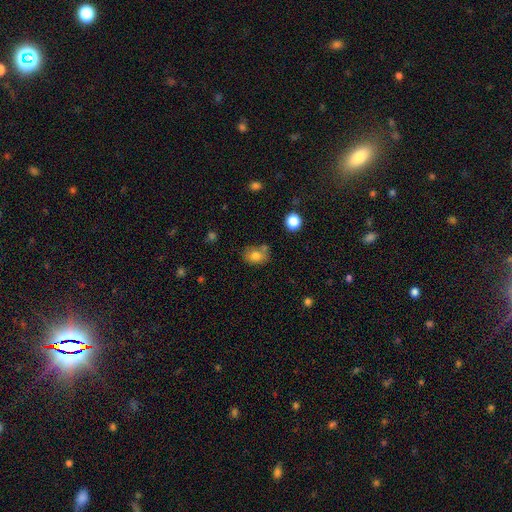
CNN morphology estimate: smooth 78%, featured or disk 12%, star or artifact 10%. Down the decision tree: how rounded — in between (66%); merging — none (60%).